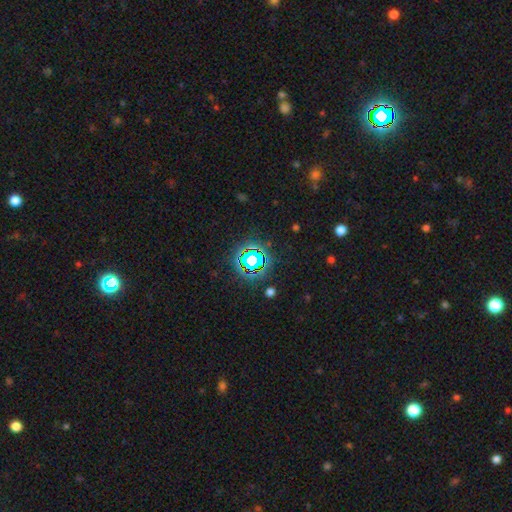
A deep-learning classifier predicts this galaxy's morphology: Overall: star or artifact (71%).